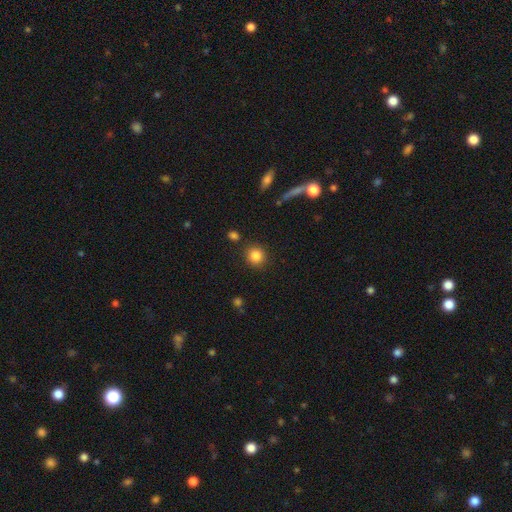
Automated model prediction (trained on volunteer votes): This appears to be a smooth galaxy with no disk features (85%) that is round (89%). Merging: none (87%).